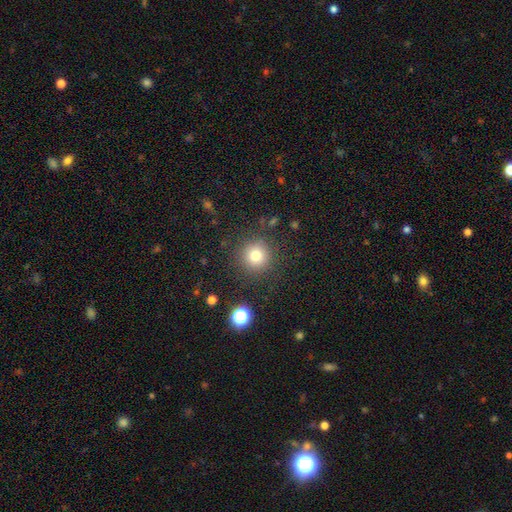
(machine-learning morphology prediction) Smooth or featured? smooth (78%)
How rounded? round (95%)
Merging? none (87%)